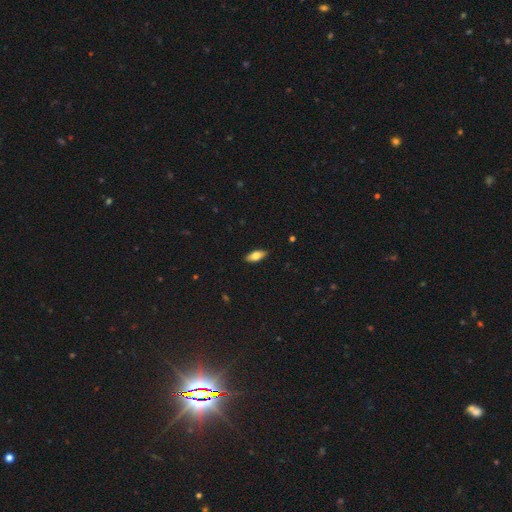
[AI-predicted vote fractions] Morphology: type=smooth (73%); roundness=in between (81%); merging=none (89%).